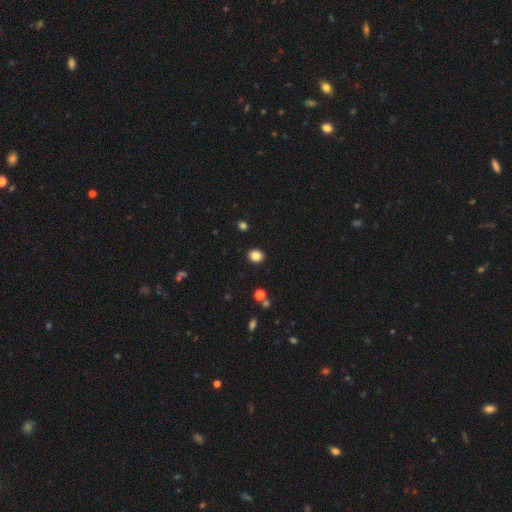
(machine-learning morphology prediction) Q: Smooth or featured?
A: smooth (84%); runner-up: star or artifact (11%)
Q: How rounded?
A: round (70%); runner-up: in between (30%)
Q: Merging?
A: none (91%); runner-up: minor disturbance (6%)